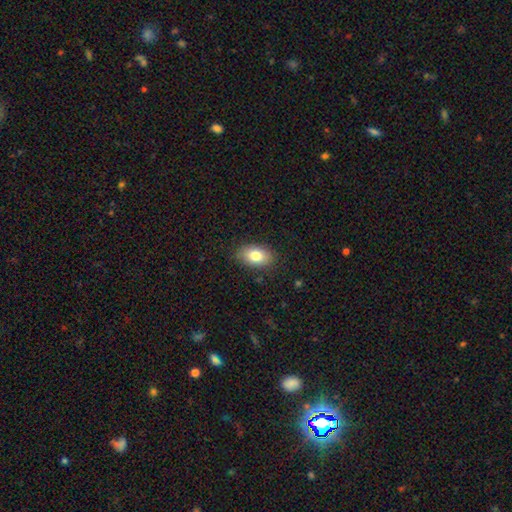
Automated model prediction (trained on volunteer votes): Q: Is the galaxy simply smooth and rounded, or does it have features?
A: smooth — 80%.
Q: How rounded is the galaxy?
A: in between — 89%.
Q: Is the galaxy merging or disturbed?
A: none — 84%.